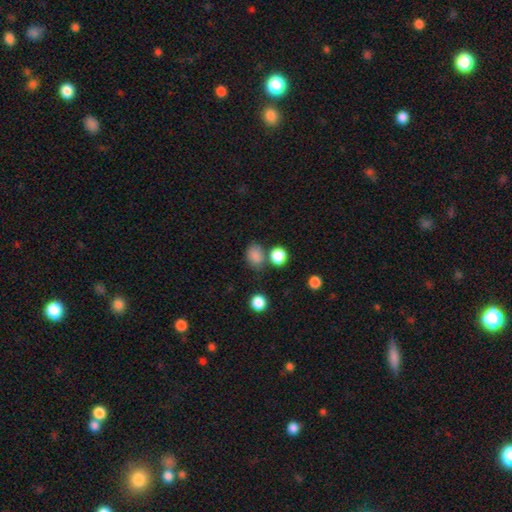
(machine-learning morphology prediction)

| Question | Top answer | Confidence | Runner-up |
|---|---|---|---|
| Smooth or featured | smooth | 82% | star or artifact (13%) |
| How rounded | in between | 60% | round (39%) |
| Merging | none | 66% | minor disturbance (15%) |